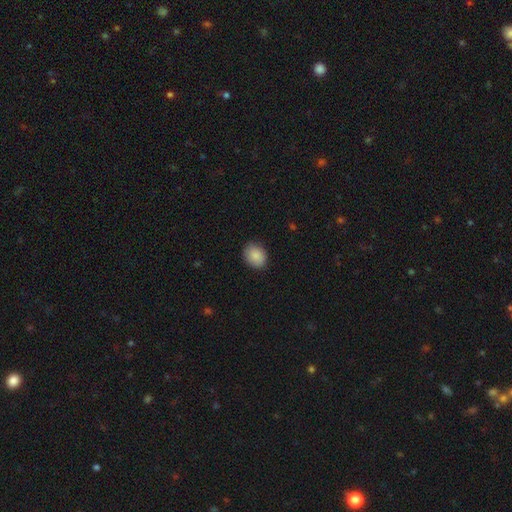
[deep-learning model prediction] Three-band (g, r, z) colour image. It shows a smooth galaxy with no disk features (88%) that is in between round and cigar-shaped (55%). Merging: none (87%).